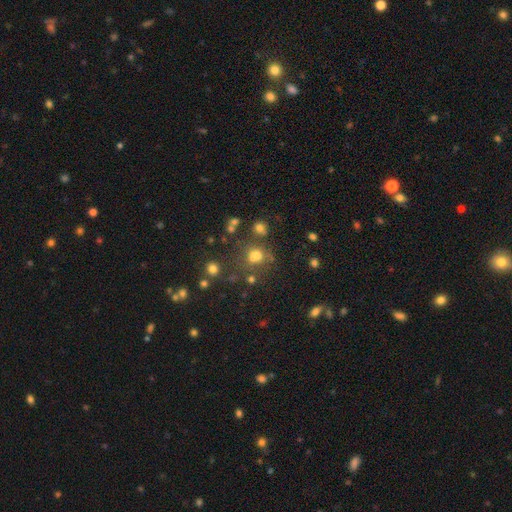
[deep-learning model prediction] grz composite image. It shows a smooth galaxy with no disk features (68%) that is round (78%). Merging: none (56%).